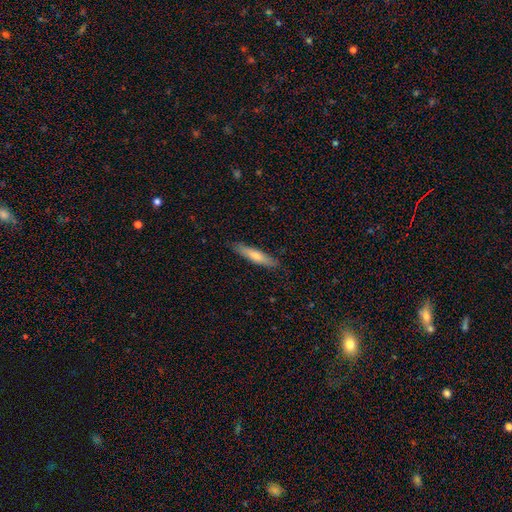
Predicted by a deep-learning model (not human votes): Morphology: type=smooth (66%); roundness=cigar-shaped (84%); merging=none (85%).